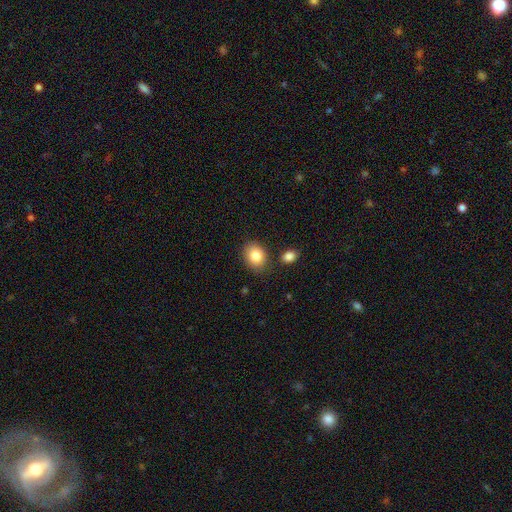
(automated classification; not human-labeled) The model was most divided on "how rounded": in between: 58%, round: 41%, cigar-shaped: 1%. More confident: smooth or featured — smooth (85%); merging — none (79%).